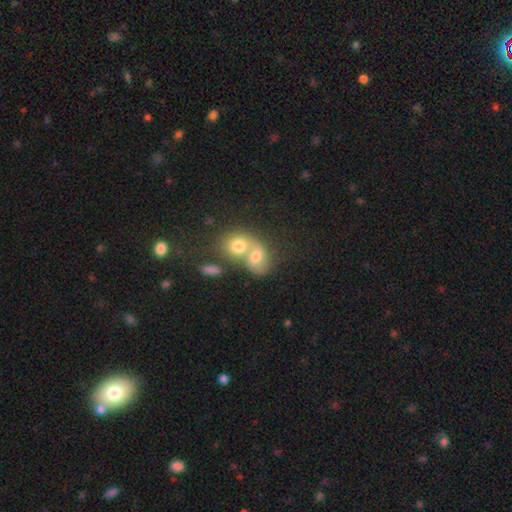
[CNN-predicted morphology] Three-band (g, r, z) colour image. It shows a smooth galaxy with no disk features (54%) that is round (60%). Merging: merger (72%).